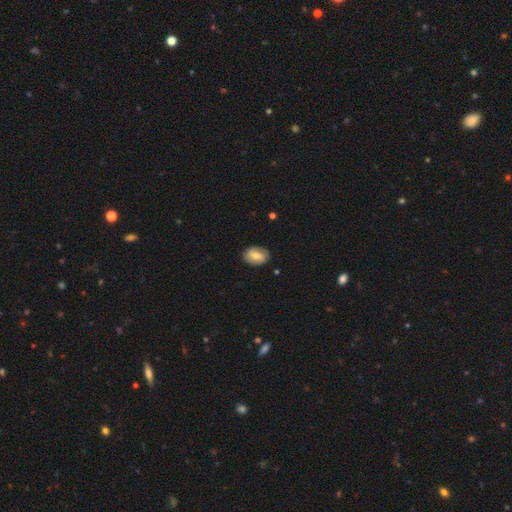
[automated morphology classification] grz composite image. It shows a smooth galaxy with no disk features (48%). Merging: none (81%).